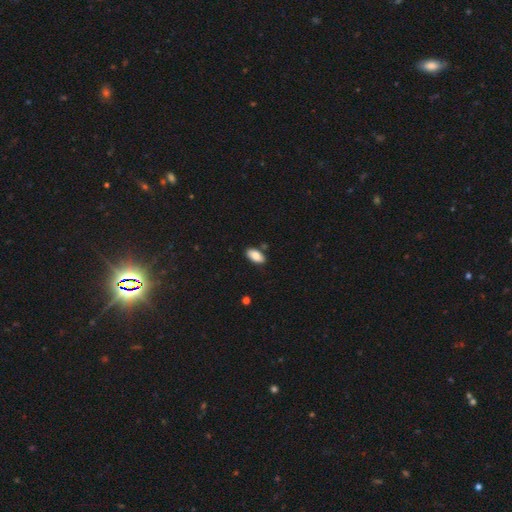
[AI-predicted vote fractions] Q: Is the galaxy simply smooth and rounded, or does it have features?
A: smooth — 83%.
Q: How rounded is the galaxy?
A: in between — 93%.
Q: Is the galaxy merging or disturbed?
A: none — 84%.